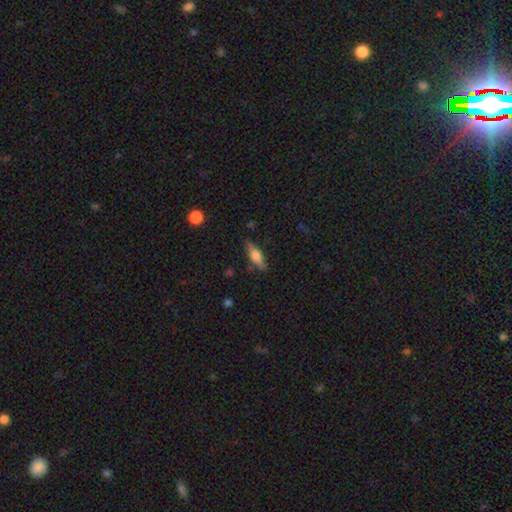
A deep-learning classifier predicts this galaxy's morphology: type=smooth (51%); roundness=in between (50%); merging=none (83%).